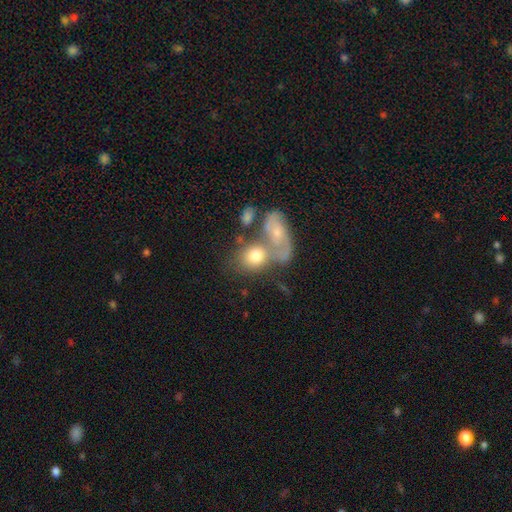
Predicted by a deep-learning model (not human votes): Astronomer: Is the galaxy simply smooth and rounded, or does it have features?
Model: smooth — 66%.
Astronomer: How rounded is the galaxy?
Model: in between — 56% (runner-up: round, 42%).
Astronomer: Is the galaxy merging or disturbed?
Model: merger — 53%.